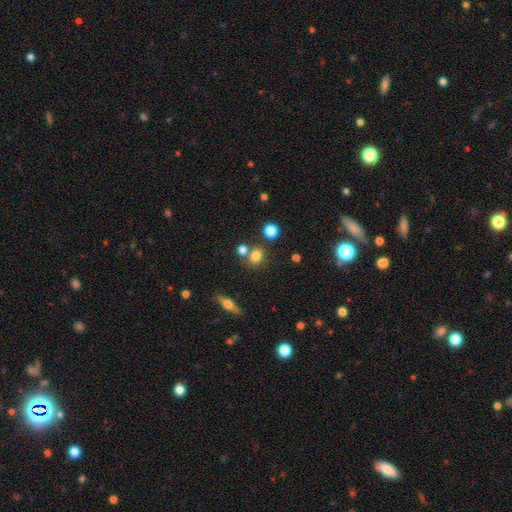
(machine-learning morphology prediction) smooth 76%, star or artifact 14%, featured or disk 10%. Down the decision tree: how rounded — round (67%); merging — none (67%).